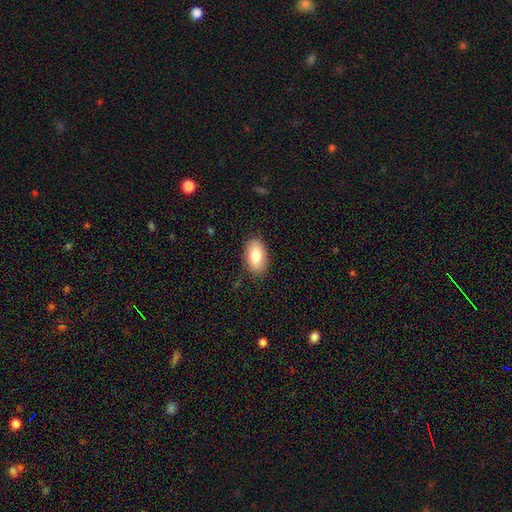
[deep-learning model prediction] Smooth or featured?
  - smooth: 81% *
  - featured or disk: 12%
  - star or artifact: 7%
How rounded?
  - in between: 92% *
  - round: 6%
  - cigar-shaped: 2%
Merging?
  - none: 86% *
  - minor disturbance: 10%
  - major disturbance: 2%
  - merger: 1%